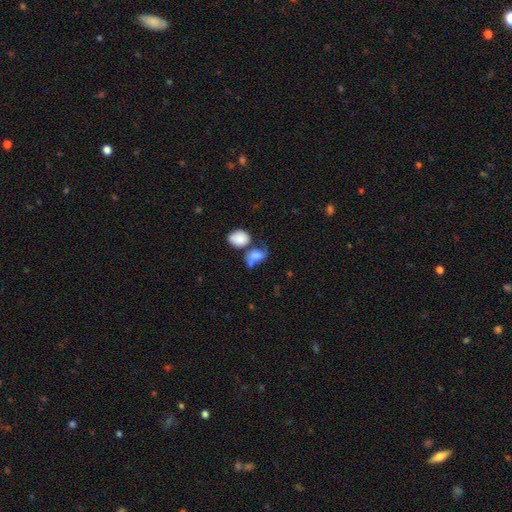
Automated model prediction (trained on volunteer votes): This is possibly a smooth galaxy (54%). How rounded: likely in between (60%). Merging: marginally merger (39%).